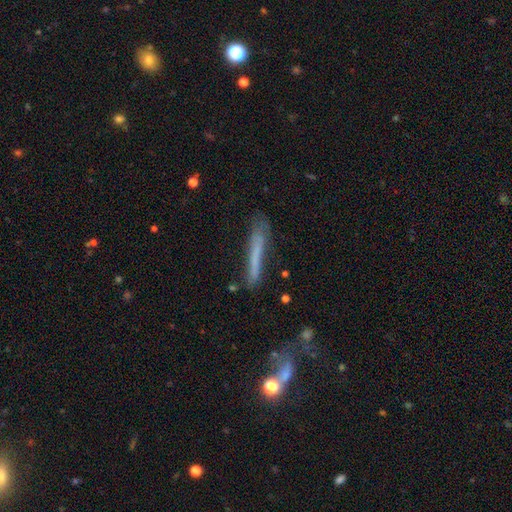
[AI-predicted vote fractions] Smooth or featured? Predicted: smooth (p=0.59). How rounded? Predicted: cigar-shaped (p=0.95). Merging? Predicted: none (p=0.66).